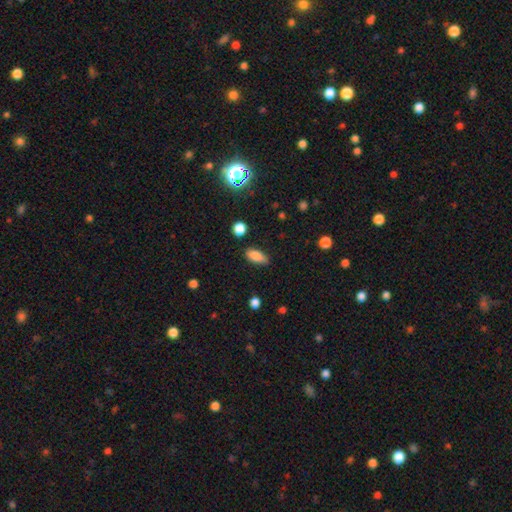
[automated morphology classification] smooth-or-featured: smooth: 84% | star or artifact: 9% | featured or disk: 7%
  how-rounded: in between: 83% | cigar-shaped: 14% | round: 3%
  merging: none: 79% | minor disturbance: 16% | major disturbance: 3% | merger: 2%